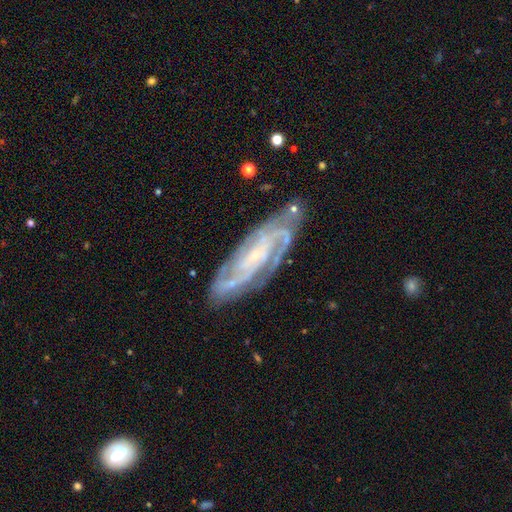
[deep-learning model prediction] A featured or disk galaxy (86%) with no bar (51%), 3 (30%) tight (65%) spiral arms (97%) and a small central bulge (69%). Merging: none (77%).